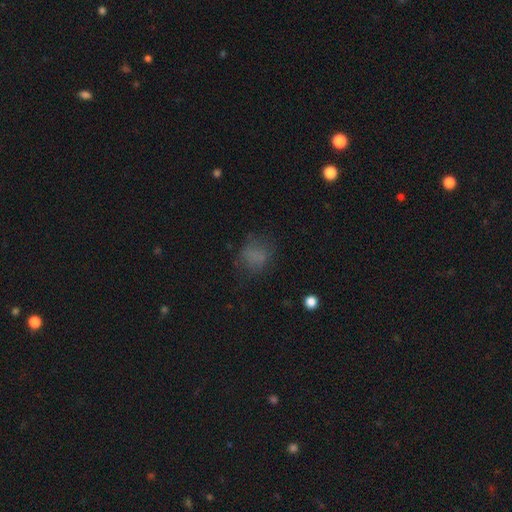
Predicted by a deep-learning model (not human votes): This appears to be a smooth galaxy with no disk features (67%) that is round (66%). Merging: none (62%).